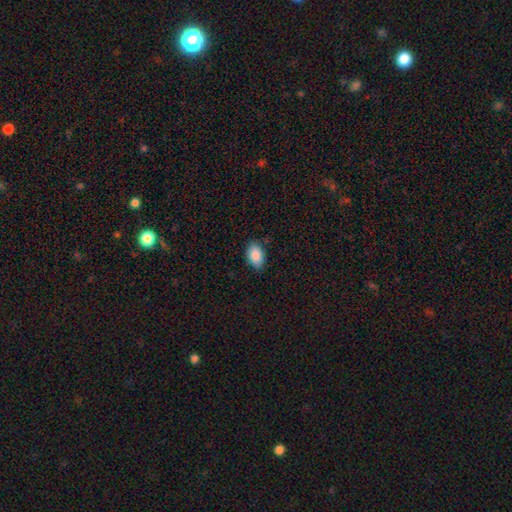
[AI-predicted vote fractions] Morphology: type=smooth (88%); roundness=in between (90%); merging=none (82%).